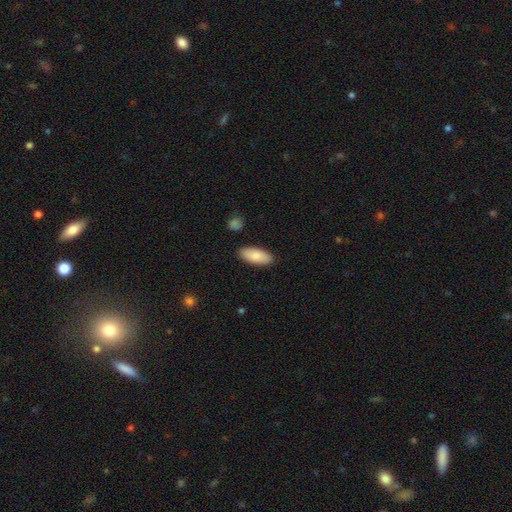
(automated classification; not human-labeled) This appears to be a smooth galaxy with no disk features (85%) that is in between round and cigar-shaped (85%). Merging: none (88%).